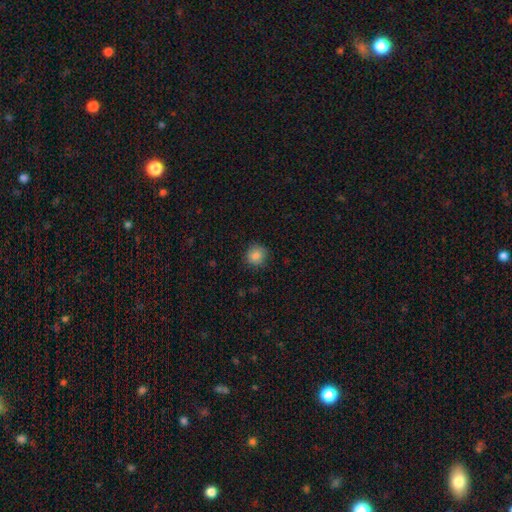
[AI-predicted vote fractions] This appears to be a smooth galaxy with no disk features (86%) that is round (90%). Merging: none (87%).